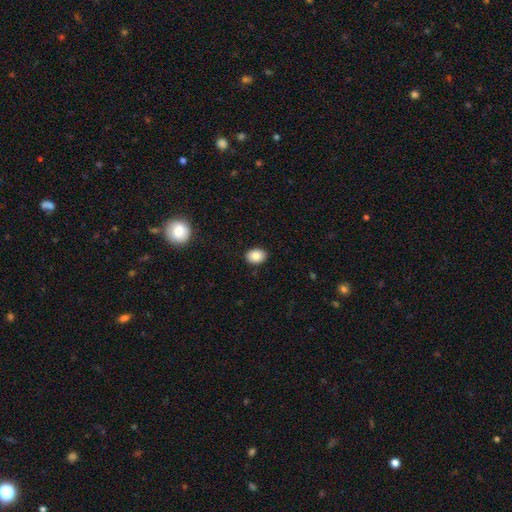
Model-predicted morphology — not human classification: A smooth galaxy with no disk features (85%) that is in between round and cigar-shaped (70%). Merging: none (89%).